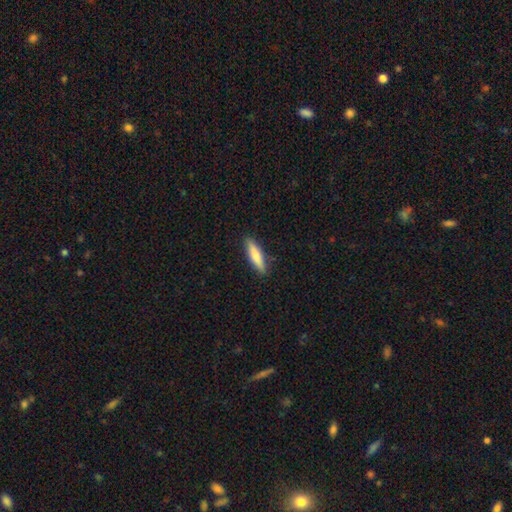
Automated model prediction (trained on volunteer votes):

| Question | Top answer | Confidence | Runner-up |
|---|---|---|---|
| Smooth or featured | smooth | 71% | featured or disk (24%) |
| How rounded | cigar-shaped | 76% | in between (22%) |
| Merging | none | 89% | minor disturbance (8%) |